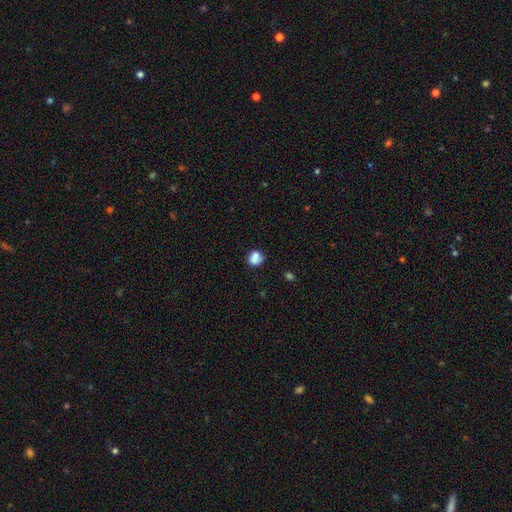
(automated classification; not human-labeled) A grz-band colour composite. It shows a smooth galaxy with no disk features (76%) that is round (68%). Merging: none (47%).